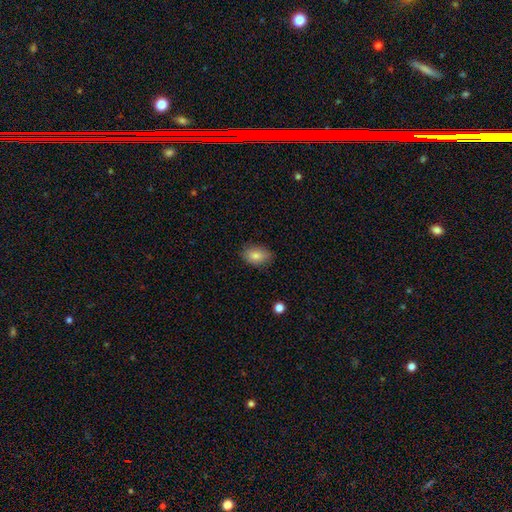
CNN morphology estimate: Smooth or featured: smooth — 83% (featured or disk — 9%)
How rounded: in between — 87% (round — 12%)
Merging: none — 81% (minor disturbance — 14%)